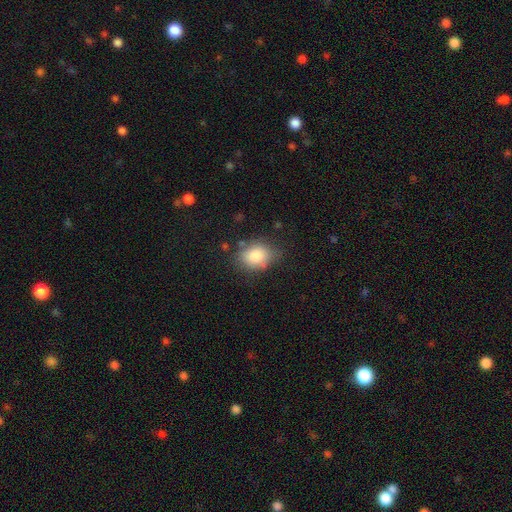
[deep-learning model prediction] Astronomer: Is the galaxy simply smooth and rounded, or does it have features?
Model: smooth — 83%.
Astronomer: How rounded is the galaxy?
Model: in between — 61% (runner-up: round, 37%).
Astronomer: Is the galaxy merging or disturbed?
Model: none — 70%.